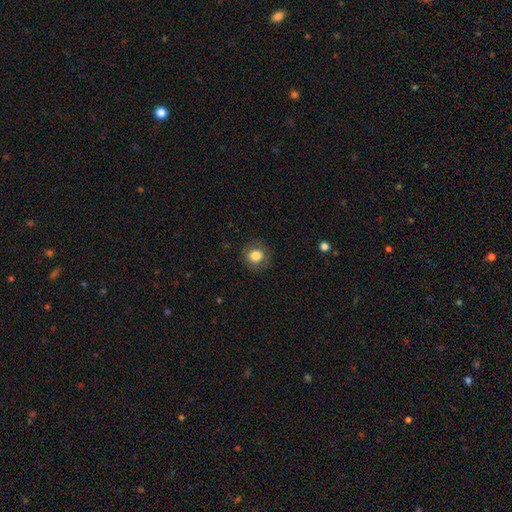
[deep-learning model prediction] Smooth or featured?
  - smooth: 81% *
  - featured or disk: 10%
  - star or artifact: 10%
How rounded?
  - round: 90% *
  - in between: 9%
  - cigar-shaped: 1%
Merging?
  - none: 87% *
  - minor disturbance: 9%
  - major disturbance: 3%
  - merger: 1%